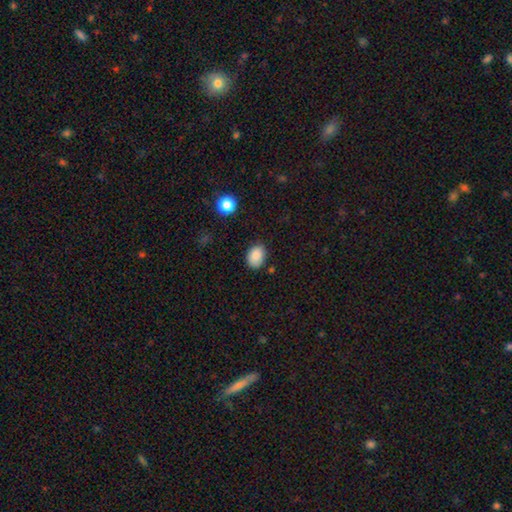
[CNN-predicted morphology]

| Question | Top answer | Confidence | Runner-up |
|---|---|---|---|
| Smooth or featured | smooth | 88% | star or artifact (9%) |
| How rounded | in between | 77% | round (22%) |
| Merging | none | 80% | minor disturbance (15%) |